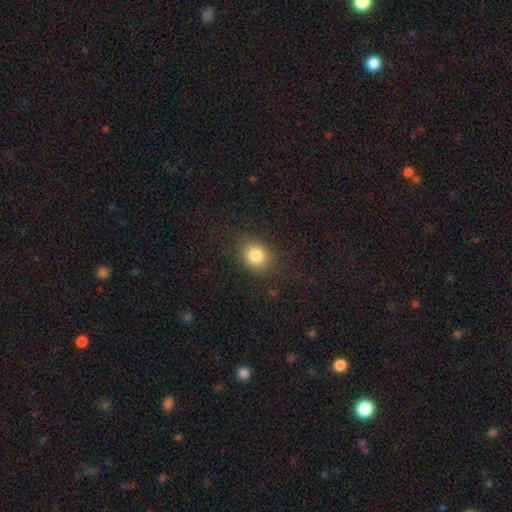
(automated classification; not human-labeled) smooth-or-featured: smooth: 82% | star or artifact: 10% | featured or disk: 7%
  how-rounded: round: 58% | in between: 41% | cigar-shaped: 1%
  merging: none: 84% | minor disturbance: 11% | major disturbance: 4% | merger: 1%